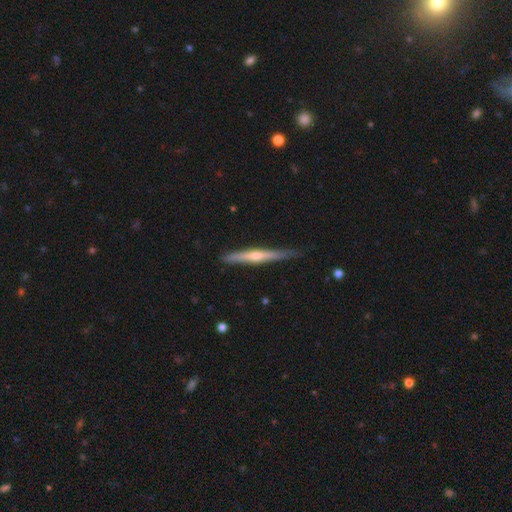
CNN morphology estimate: This appears to be a featured or disk galaxy (70%) viewed edge-on (97%) with a rounded central bulge (77%). Merging: none (84%).